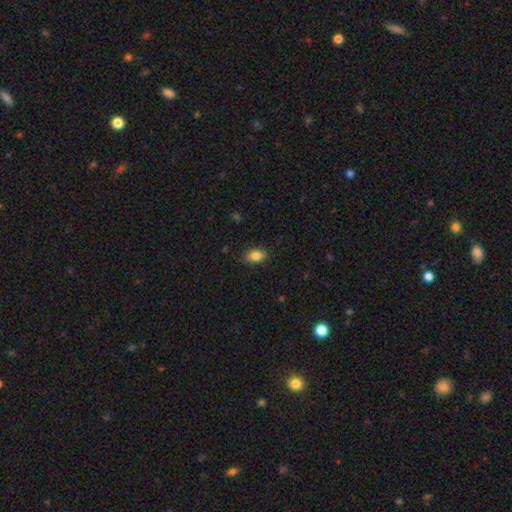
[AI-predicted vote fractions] Smooth or featured? smooth (84%)
How rounded? in between (86%)
Merging? none (86%)